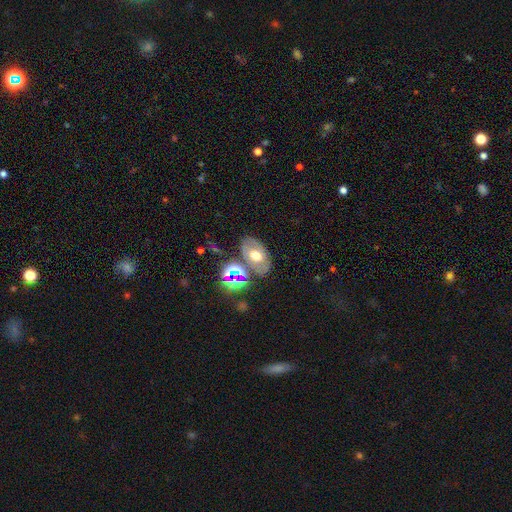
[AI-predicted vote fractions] Overall: smooth (44%; featured or disk 38%). Merging: none (69%).